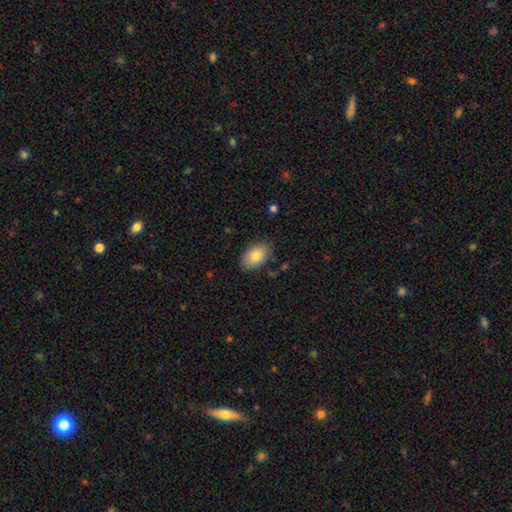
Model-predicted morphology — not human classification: smooth_or_featured: smooth (p=0.81) [alt: featured or disk p=0.13]
how_rounded: in between (p=0.90) [alt: round p=0.09]
merging: none (p=0.82) [alt: minor disturbance p=0.14]